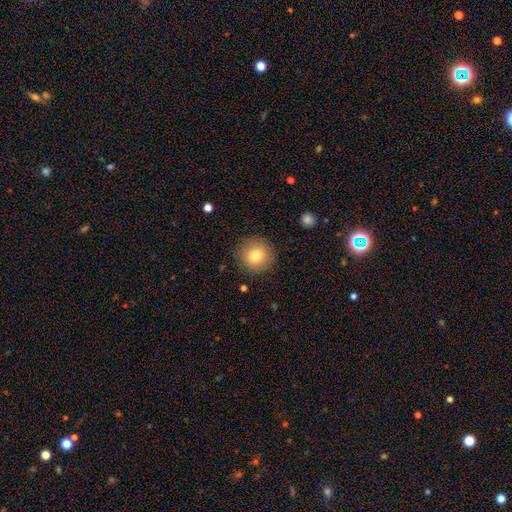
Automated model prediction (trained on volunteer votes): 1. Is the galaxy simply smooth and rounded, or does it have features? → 79% smooth, 11% featured or disk, 10% star or artifact.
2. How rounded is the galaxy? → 93% round, 6% in between, 1% cigar-shaped.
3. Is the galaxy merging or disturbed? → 88% none, 8% minor disturbance, 3% major disturbance, 1% merger.